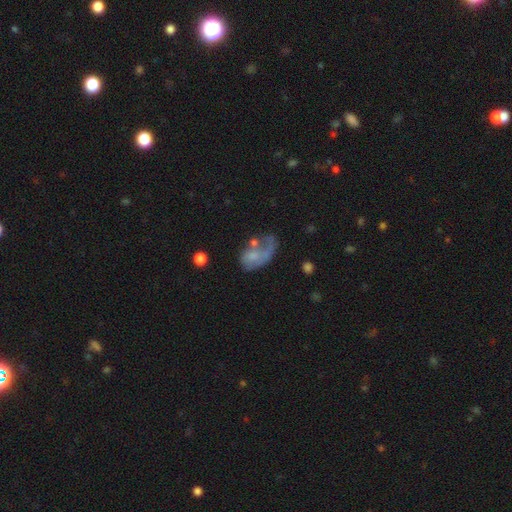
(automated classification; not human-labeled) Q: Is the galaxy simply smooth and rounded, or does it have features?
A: featured or disk — 46%.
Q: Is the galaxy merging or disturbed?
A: major disturbance — 41%.